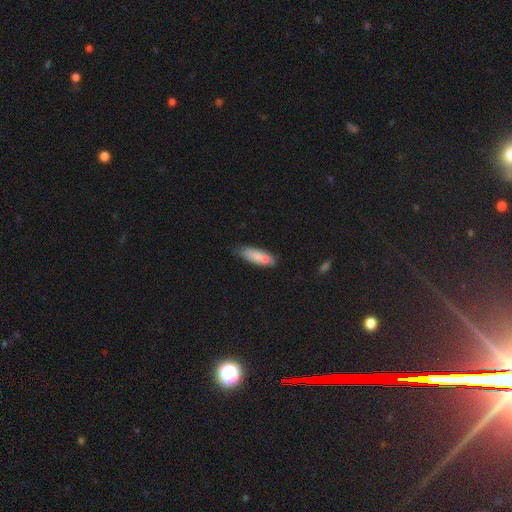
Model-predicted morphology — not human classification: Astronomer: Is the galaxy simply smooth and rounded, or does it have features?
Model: smooth — 80%.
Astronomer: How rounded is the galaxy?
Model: in between — 60% (runner-up: cigar-shaped, 38%).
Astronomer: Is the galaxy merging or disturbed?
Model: none — 61%.